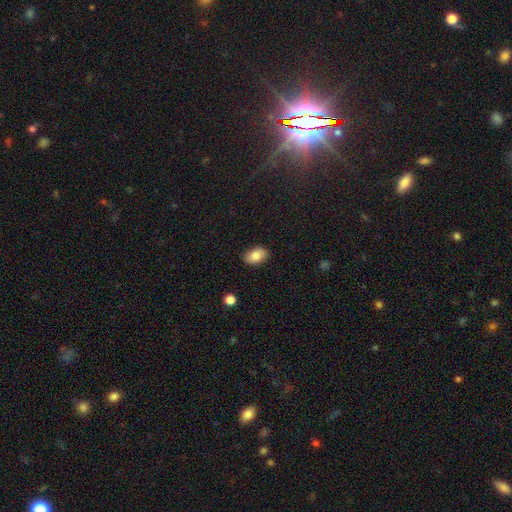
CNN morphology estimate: Smooth or featured? smooth (83%)
How rounded? in between (90%)
Merging? none (86%)